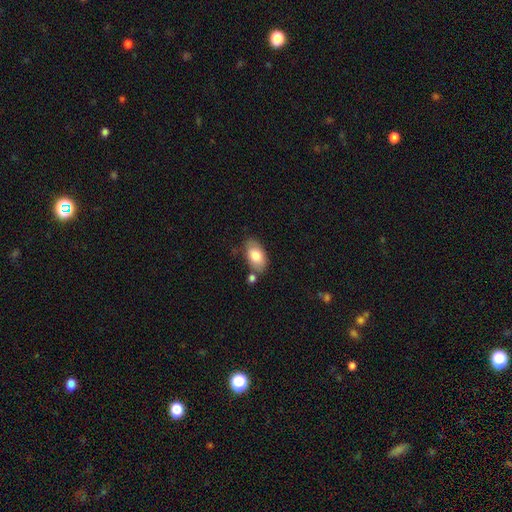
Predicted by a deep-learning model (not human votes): smooth_or_featured: smooth (p=0.80) [alt: featured or disk p=0.14]
how_rounded: in between (p=0.93) [alt: round p=0.05]
merging: none (p=0.68) [alt: minor disturbance p=0.18]